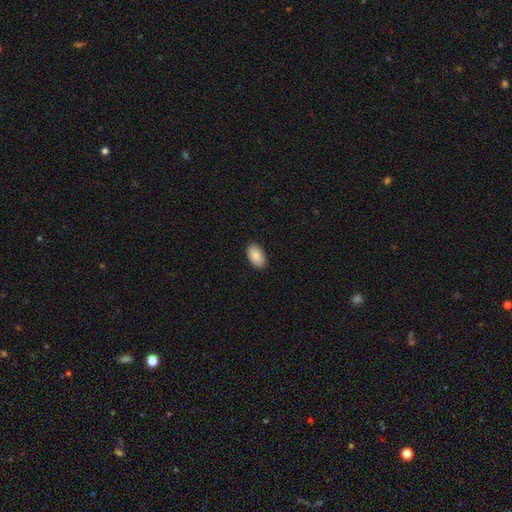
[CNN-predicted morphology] A smooth galaxy with no disk features (88%) that is in between round and cigar-shaped (95%).

Vote fractions:
- Smooth or featured? smooth: 88% / star or artifact: 6% / featured or disk: 6%
- How rounded? in between: 95% / round: 4% / cigar-shaped: 1%
- Merging? none: 90% / minor disturbance: 7% / major disturbance: 2% / merger: 1%